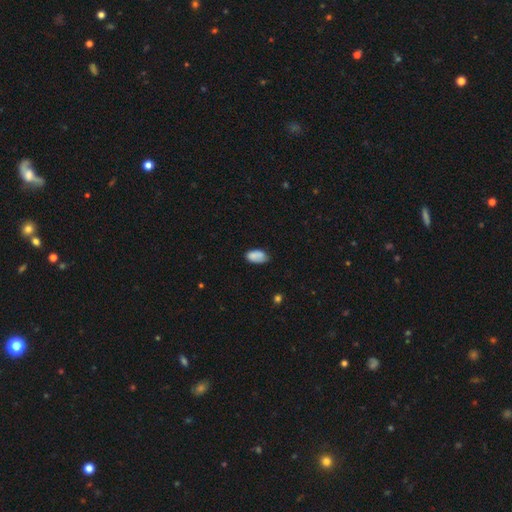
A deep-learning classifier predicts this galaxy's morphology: Smooth or featured: smooth — 84% (featured or disk — 9%)
How rounded: in between — 93% (round — 5%)
Merging: none — 66% (minor disturbance — 26%)